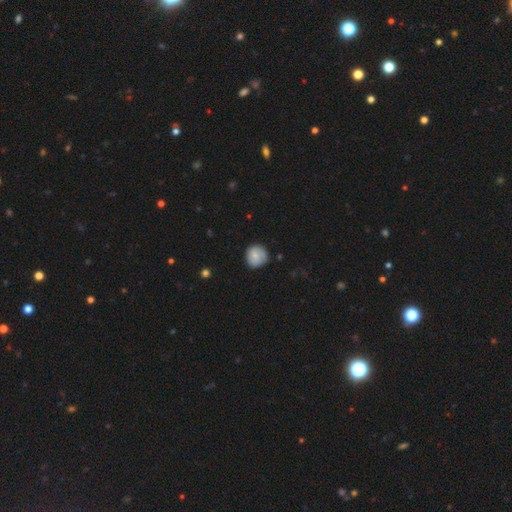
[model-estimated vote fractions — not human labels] smooth_or_featured: smooth (p=0.74) [alt: featured or disk p=0.19]
how_rounded: round (p=0.90) [alt: in between p=0.09]
merging: none (p=0.78) [alt: minor disturbance p=0.17]